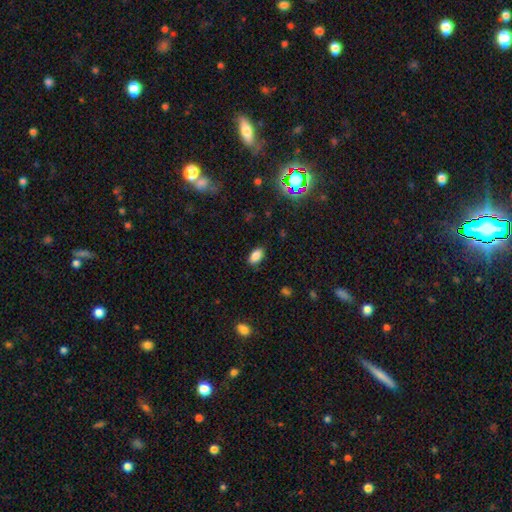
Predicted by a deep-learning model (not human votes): Smooth or featured: smooth — 85% (star or artifact — 10%)
How rounded: in between — 91% (round — 6%)
Merging: none — 85% (minor disturbance — 11%)